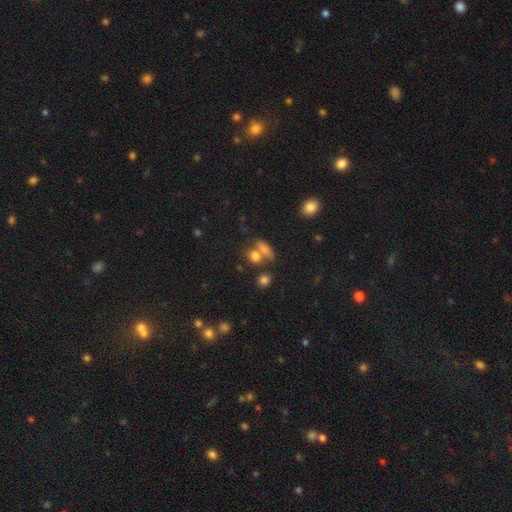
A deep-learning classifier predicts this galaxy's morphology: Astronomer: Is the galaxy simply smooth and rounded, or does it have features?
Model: smooth — 72%.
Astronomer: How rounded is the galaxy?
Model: in between — 54% (runner-up: round, 36%).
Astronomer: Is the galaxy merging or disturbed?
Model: none — 46% (runner-up: merger, 38%).